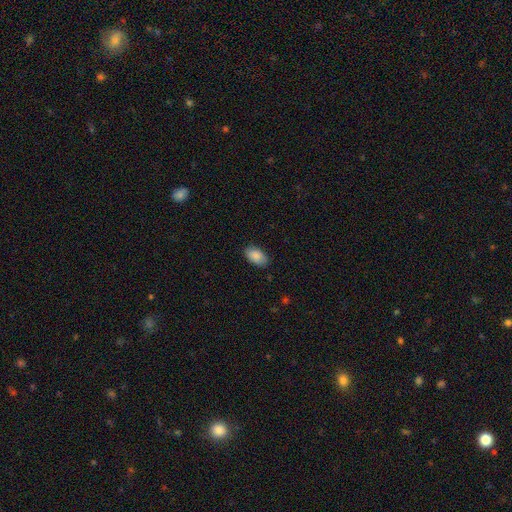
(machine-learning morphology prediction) smooth_or_featured: smooth (p=0.88) [alt: star or artifact p=0.07]
how_rounded: in between (p=0.93) [alt: round p=0.05]
merging: none (p=0.85) [alt: minor disturbance p=0.11]